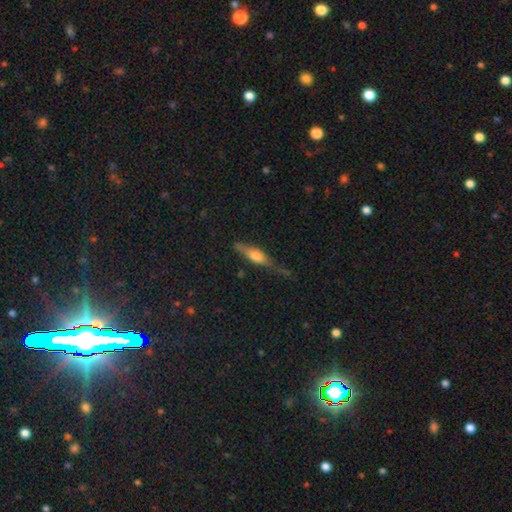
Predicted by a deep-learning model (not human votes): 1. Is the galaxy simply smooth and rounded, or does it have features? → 58% featured or disk, 34% smooth, 8% star or artifact.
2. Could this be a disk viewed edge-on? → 92% yes, 8% no.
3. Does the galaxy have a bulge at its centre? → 75% rounded, 19% boxy, 6% none.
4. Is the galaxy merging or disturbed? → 60% none, 26% minor disturbance, 10% major disturbance, 3% merger.